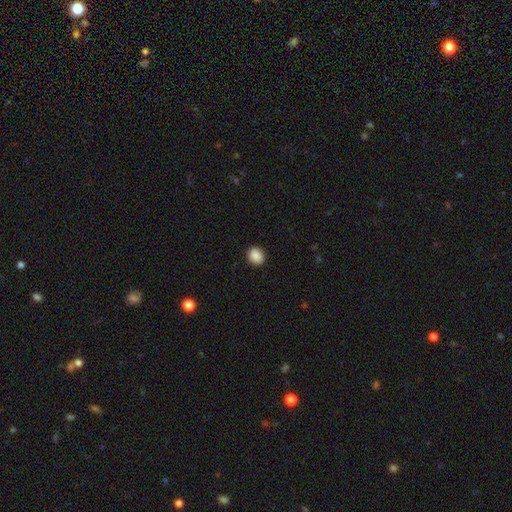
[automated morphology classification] Q: Smooth or featured?
A: smooth (89%); runner-up: star or artifact (9%)
Q: How rounded?
A: round (76%); runner-up: in between (23%)
Q: Merging?
A: none (91%); runner-up: minor disturbance (6%)